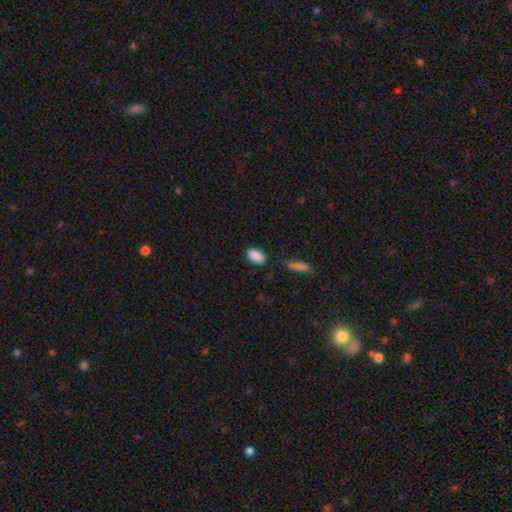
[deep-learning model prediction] The model was most divided on "merging": none: 81%, minor disturbance: 12%, merger: 4%, major disturbance: 3%. More confident: how rounded — in between (92%); smooth or featured — smooth (89%).